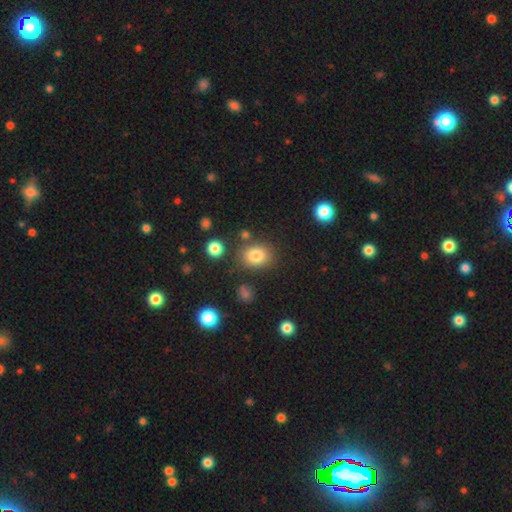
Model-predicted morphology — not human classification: Q: Smooth or featured?
A: smooth (80%); runner-up: star or artifact (12%)
Q: How rounded?
A: round (56%); runner-up: in between (43%)
Q: Merging?
A: none (78%); runner-up: minor disturbance (11%)